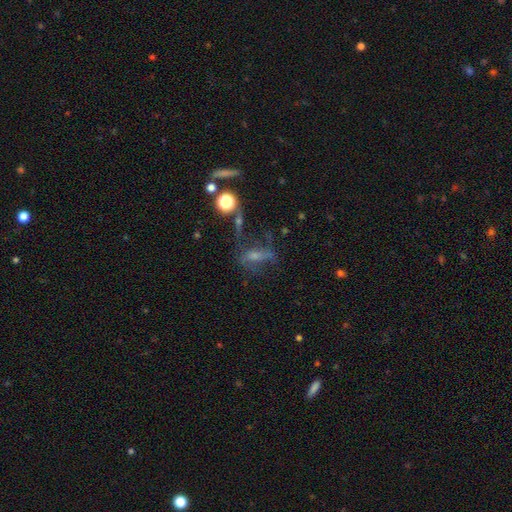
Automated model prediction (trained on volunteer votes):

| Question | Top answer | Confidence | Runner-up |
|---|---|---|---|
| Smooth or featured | featured or disk | 44% | smooth (32%) |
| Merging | none | 41% | major disturbance (32%) |